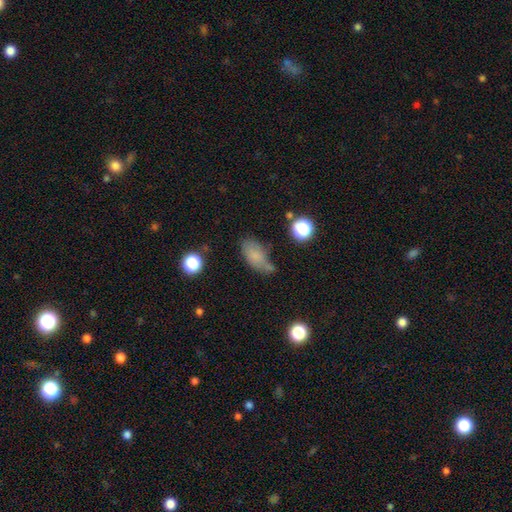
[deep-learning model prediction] This is likely a smooth galaxy (75%). How rounded: clearly in between (88%). Merging: possibly none (46%).